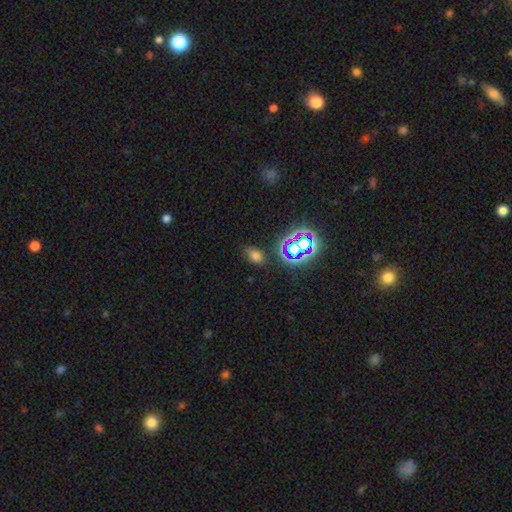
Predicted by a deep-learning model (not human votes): Overall: smooth (61%; star or artifact 30%). How rounded: in between (81%). Merging: none (79%).